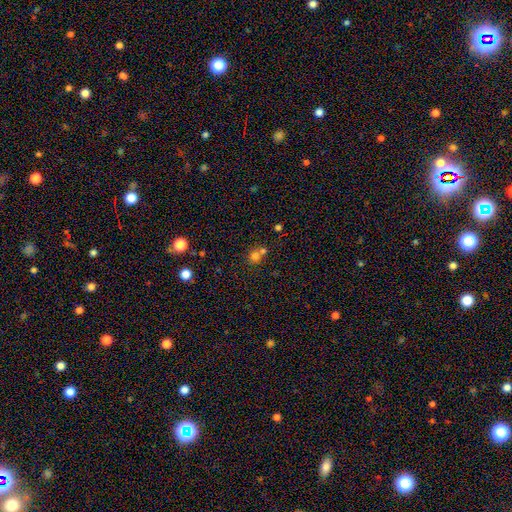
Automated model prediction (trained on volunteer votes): A smooth galaxy with no disk features (72%) that is round (83%).

Vote fractions:
- Smooth or featured? smooth: 72% / star or artifact: 17% / featured or disk: 11%
- How rounded? round: 83% / in between: 16% / cigar-shaped: 1%
- Merging? merger: 47% / none: 44% / minor disturbance: 6% / major disturbance: 3%